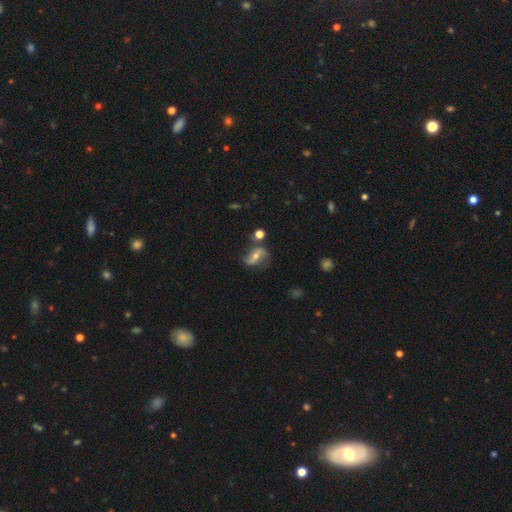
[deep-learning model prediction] Smooth or featured? featured or disk (76%)
Edge-on disk? no (95%)
Bar? weak (34%, tied with no)
Spiral arms? yes (90%)
Spiral winding? loose (62%)
Spiral arm count? 2 (88%)
Bulge size? moderate (52%)
Merging? none (68%)